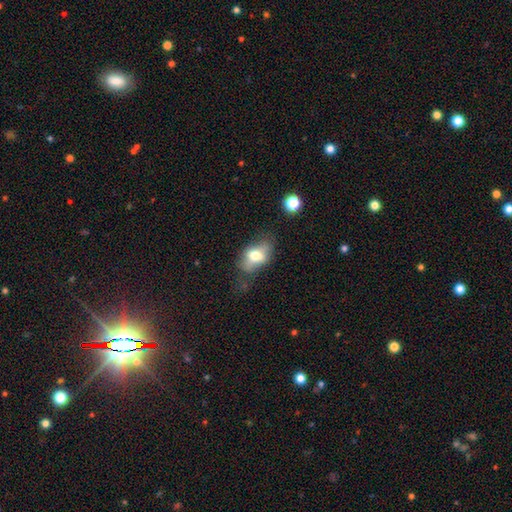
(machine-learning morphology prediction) smooth-or-featured: smooth: 61% | featured or disk: 29% | star or artifact: 9%
  how-rounded: in between: 82% | round: 15% | cigar-shaped: 3%
  merging: none: 56% | minor disturbance: 26% | major disturbance: 15% | merger: 4%